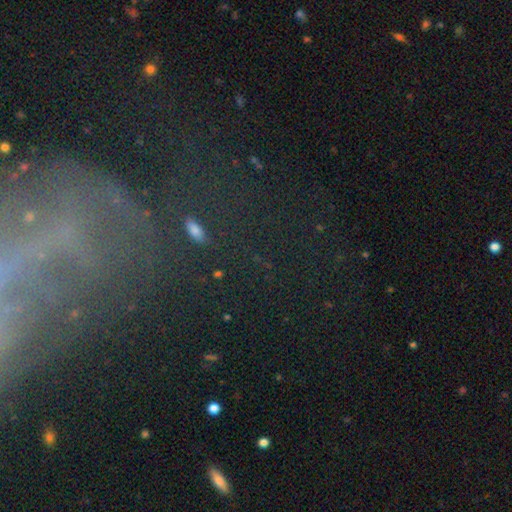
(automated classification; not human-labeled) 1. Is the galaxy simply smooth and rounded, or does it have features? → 52% star or artifact, 26% featured or disk, 22% smooth.